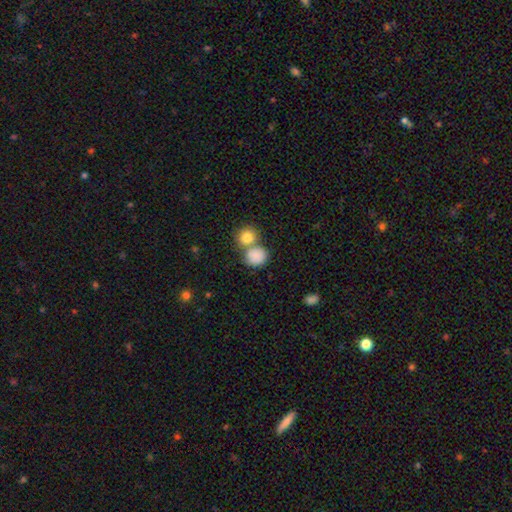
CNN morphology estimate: smooth_or_featured: smooth (p=0.85) [alt: star or artifact p=0.08]
how_rounded: round (p=0.72) [alt: in between p=0.27]
merging: merger (p=0.45) [alt: none p=0.42]